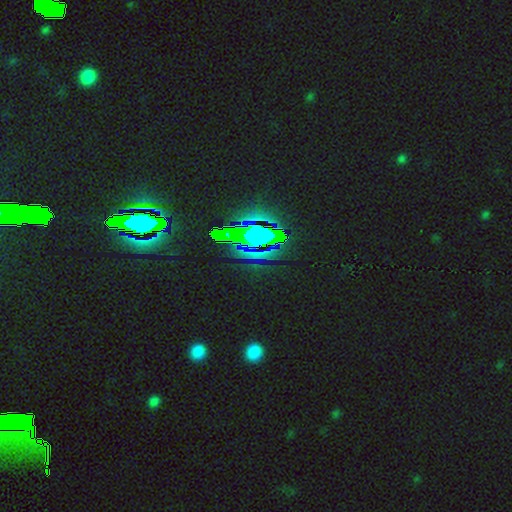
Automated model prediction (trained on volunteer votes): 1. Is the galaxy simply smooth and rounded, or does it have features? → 86% star or artifact, 8% smooth, 7% featured or disk.